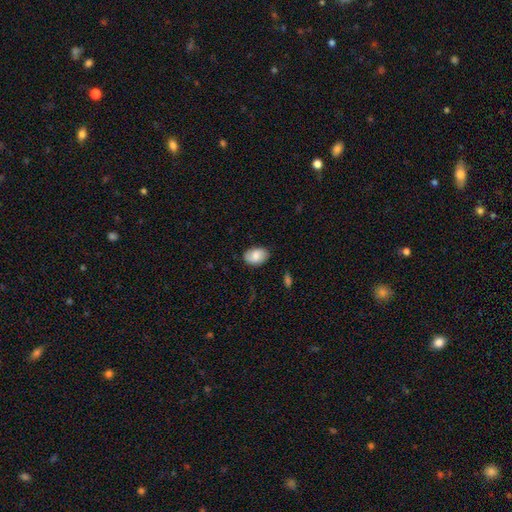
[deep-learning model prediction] The model was most divided on "smooth or featured": smooth: 77%, featured or disk: 16%, star or artifact: 7%. More confident: how rounded — in between (84%); merging — none (82%).